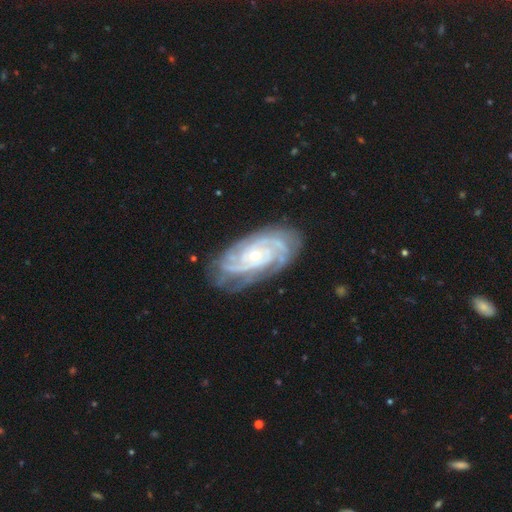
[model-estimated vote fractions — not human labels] Q: Smooth or featured?
A: featured or disk (91%); runner-up: star or artifact (5%)
Q: Edge-on disk?
A: no (96%); runner-up: yes (4%)
Q: Bar?
A: no (69%); runner-up: weak (23%)
Q: Spiral arms?
A: yes (98%); runner-up: no (2%)
Q: Spiral winding?
A: tight (75%); runner-up: medium (22%)
Q: Spiral arm count?
A: 3 (31%); runner-up: 4 (20%)
Q: Bulge size?
A: small (69%); runner-up: moderate (27%)
Q: Merging?
A: none (76%); runner-up: minor disturbance (18%)